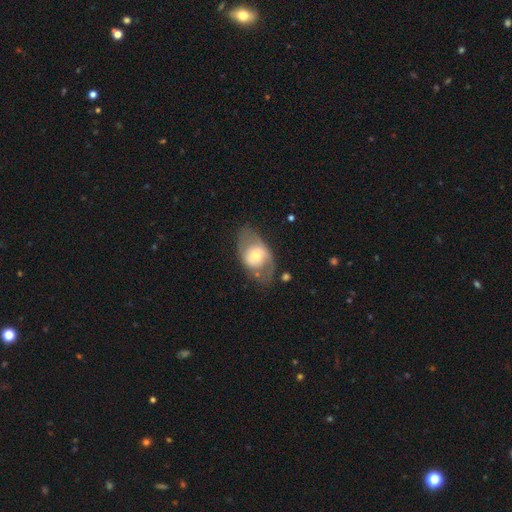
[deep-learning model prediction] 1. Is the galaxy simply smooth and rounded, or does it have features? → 50% featured or disk, 43% smooth, 7% star or artifact.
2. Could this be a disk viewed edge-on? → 91% no, 9% yes.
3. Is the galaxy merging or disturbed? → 59% none, 22% minor disturbance, 16% major disturbance, 3% merger.